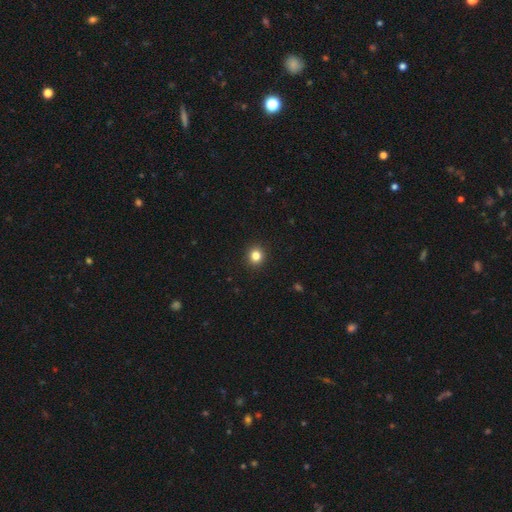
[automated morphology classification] This appears to be a smooth galaxy with no disk features (83%) that is round (89%). Merging: none (93%).